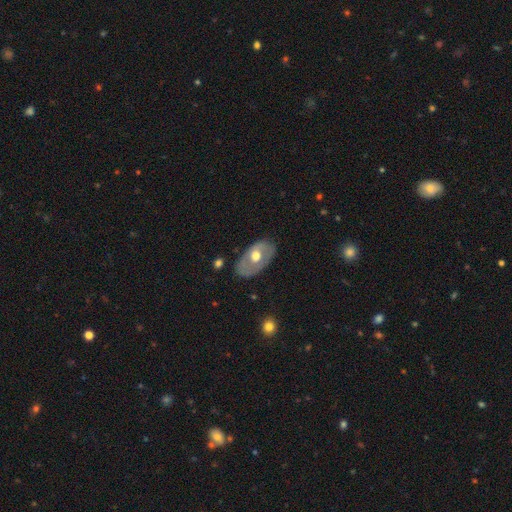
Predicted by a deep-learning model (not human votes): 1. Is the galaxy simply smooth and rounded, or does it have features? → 50% featured or disk, 45% smooth, 5% star or artifact.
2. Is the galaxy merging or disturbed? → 75% none, 19% minor disturbance, 5% major disturbance, 2% merger.